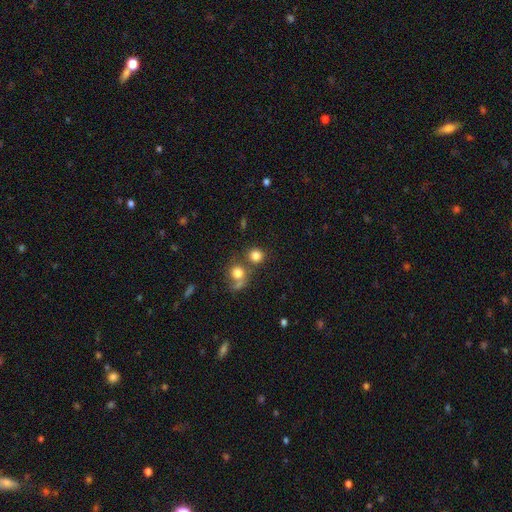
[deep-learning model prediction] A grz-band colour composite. It shows a smooth galaxy with no disk features (81%) that is round (87%). Merging: none (63%).